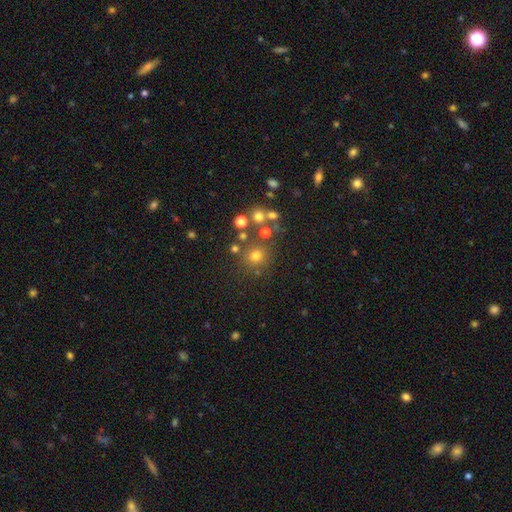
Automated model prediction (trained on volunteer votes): Q: Smooth or featured?
A: smooth (70%); runner-up: star or artifact (20%)
Q: How rounded?
A: round (91%); runner-up: in between (8%)
Q: Merging?
A: none (76%); runner-up: merger (10%)